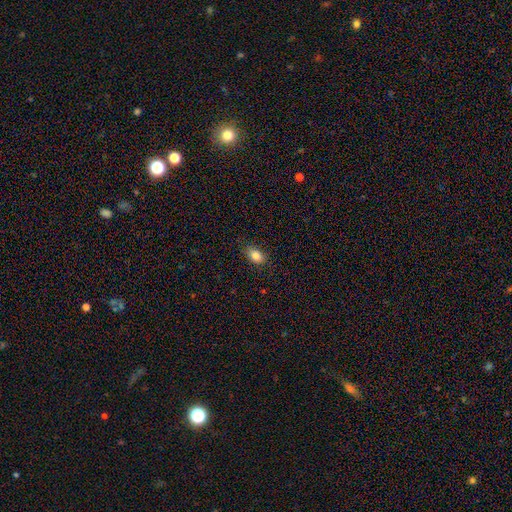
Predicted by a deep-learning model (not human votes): Overall: smooth (85%). How rounded: in between (85%). Merging: none (83%).